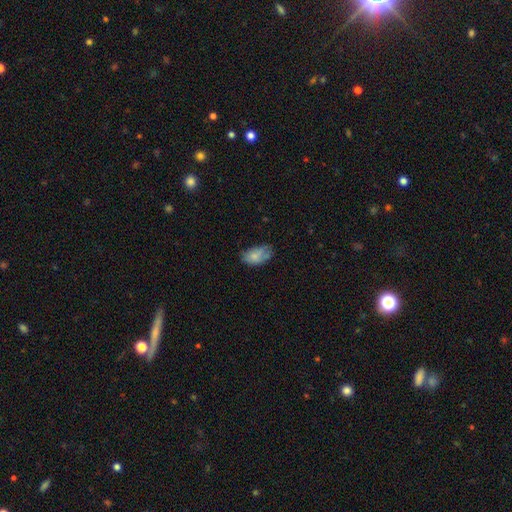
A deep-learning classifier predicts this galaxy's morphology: A smooth galaxy with no disk features (75%) that is in between round and cigar-shaped (92%).

Vote fractions:
- Smooth or featured? smooth: 75% / featured or disk: 17% / star or artifact: 8%
- How rounded? in between: 92% / round: 6% / cigar-shaped: 2%
- Merging? none: 52% / minor disturbance: 33% / major disturbance: 12% / merger: 3%